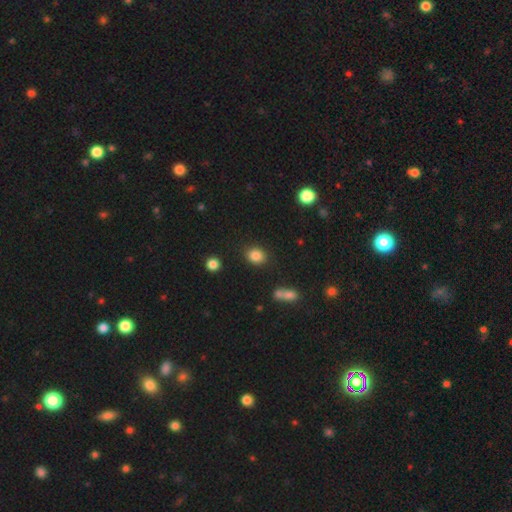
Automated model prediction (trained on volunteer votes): Smooth or featured?
  - smooth: 85% *
  - star or artifact: 10%
  - featured or disk: 5%
How rounded?
  - round: 59% *
  - in between: 40%
  - cigar-shaped: 1%
Merging?
  - none: 85% *
  - minor disturbance: 9%
  - merger: 3%
  - major disturbance: 3%